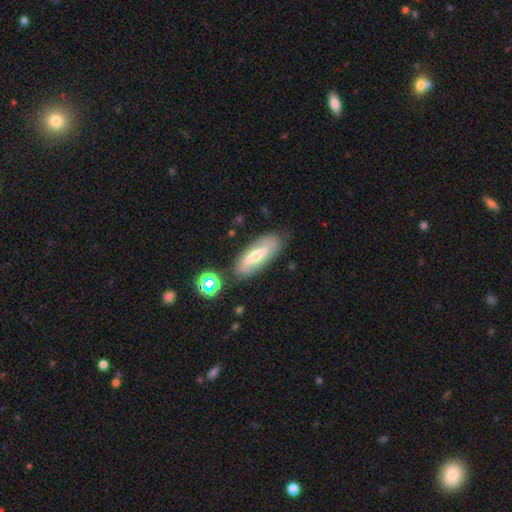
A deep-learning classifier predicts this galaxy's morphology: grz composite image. It shows a featured or disk galaxy (56%). Merging: none (79%).